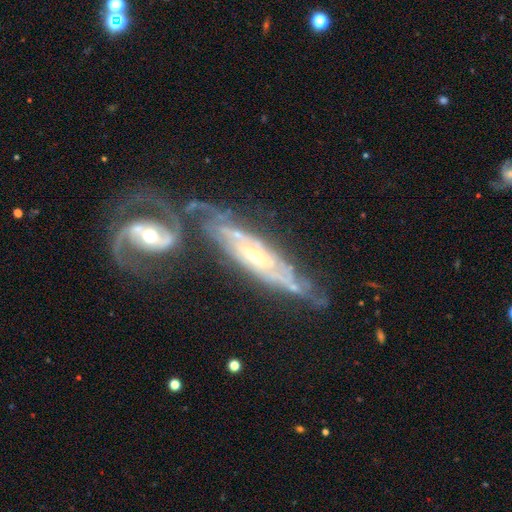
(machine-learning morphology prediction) This appears to be a featured or disk galaxy (86%) with no bar (57%), 2 (39%, tied with can't tell) tight (60%) spiral arms (93%) and a small central bulge (56%). Merging: none (38%).